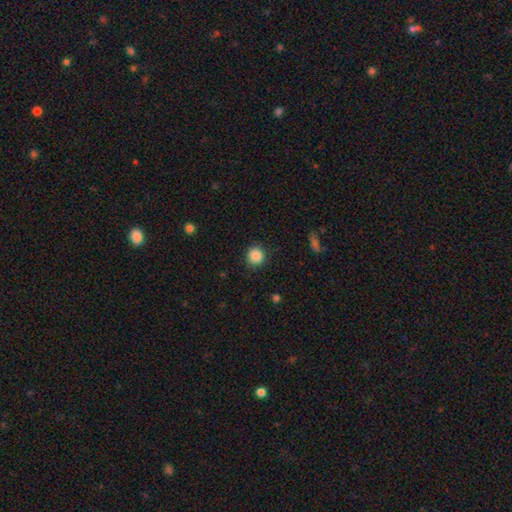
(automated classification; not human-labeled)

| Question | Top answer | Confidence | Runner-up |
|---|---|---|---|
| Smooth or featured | smooth | 87% | star or artifact (10%) |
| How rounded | round | 90% | in between (9%) |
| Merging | none | 89% | minor disturbance (8%) |